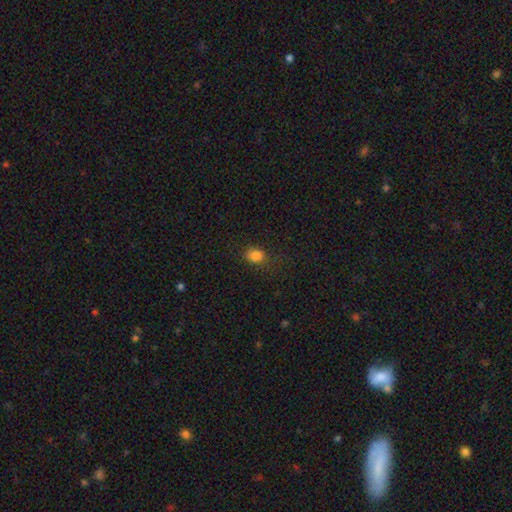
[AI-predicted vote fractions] smooth 83%, star or artifact 13%, featured or disk 5%. Down the decision tree: how rounded — in between (52%); merging — none (78%).